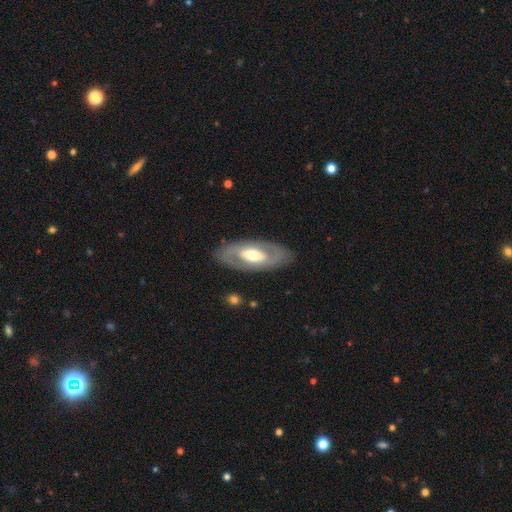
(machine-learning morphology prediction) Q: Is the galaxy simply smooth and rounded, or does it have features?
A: featured or disk — 67%.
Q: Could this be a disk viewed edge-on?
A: no — 88%.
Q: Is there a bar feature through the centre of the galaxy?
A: no — 51%.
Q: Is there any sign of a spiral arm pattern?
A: no — 51%.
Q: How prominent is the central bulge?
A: moderate — 62%.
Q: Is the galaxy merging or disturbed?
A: none — 84%.